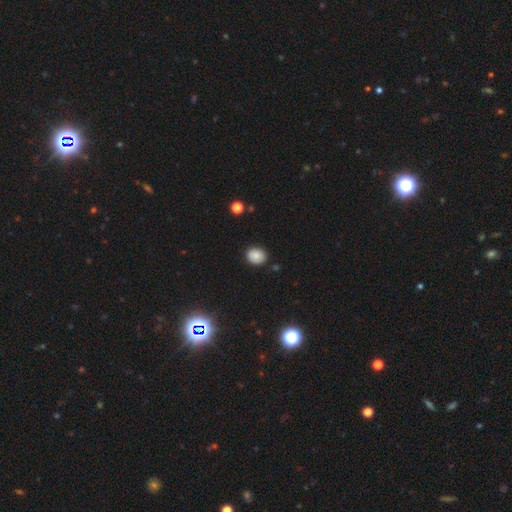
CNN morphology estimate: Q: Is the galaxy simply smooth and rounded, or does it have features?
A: smooth — 84%.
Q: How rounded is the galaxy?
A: round — 60%.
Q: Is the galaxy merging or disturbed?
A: none — 87%.